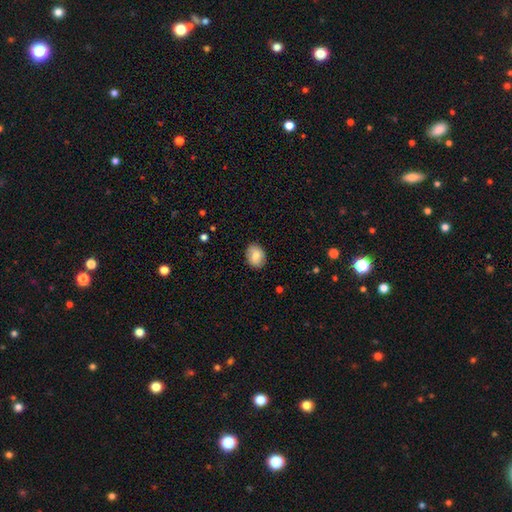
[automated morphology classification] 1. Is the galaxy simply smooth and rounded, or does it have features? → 77% smooth, 16% featured or disk, 7% star or artifact.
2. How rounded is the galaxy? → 62% in between, 37% round, 1% cigar-shaped.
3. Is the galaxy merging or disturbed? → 86% none, 11% minor disturbance, 2% major disturbance, 1% merger.